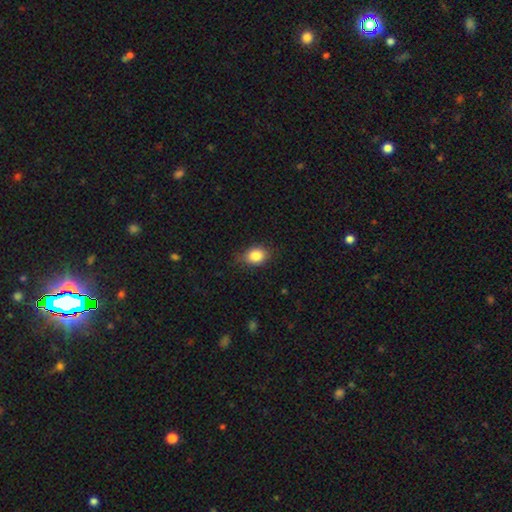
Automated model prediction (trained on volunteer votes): Smooth or featured: smooth — 85% (star or artifact — 9%)
How rounded: in between — 62% (round — 37%)
Merging: none — 79% (minor disturbance — 17%)